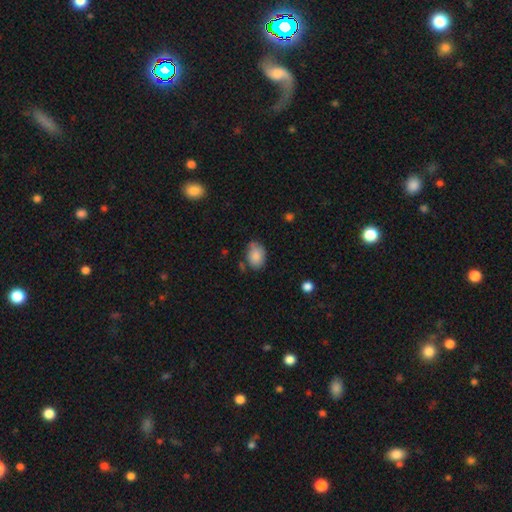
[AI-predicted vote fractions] A smooth galaxy with no disk features (85%) that is in between round and cigar-shaped (74%).

Vote fractions:
- Smooth or featured? smooth: 85% / star or artifact: 8% / featured or disk: 7%
- How rounded? in between: 74% / round: 25% / cigar-shaped: 1%
- Merging? none: 67% / minor disturbance: 23% / major disturbance: 5% / merger: 5%